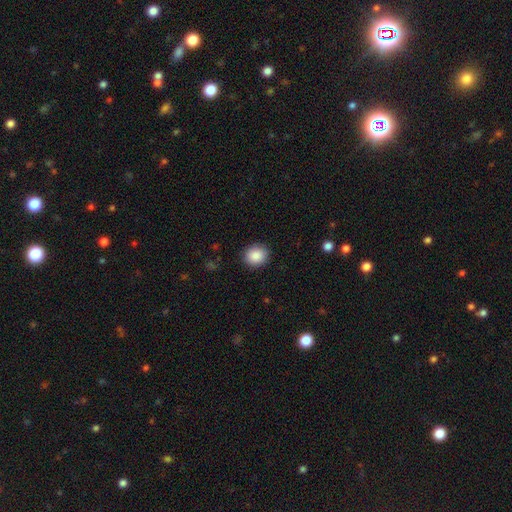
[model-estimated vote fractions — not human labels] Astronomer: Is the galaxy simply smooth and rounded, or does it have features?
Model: smooth — 88%.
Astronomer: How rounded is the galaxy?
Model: round — 73%.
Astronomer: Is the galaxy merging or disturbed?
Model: none — 89%.